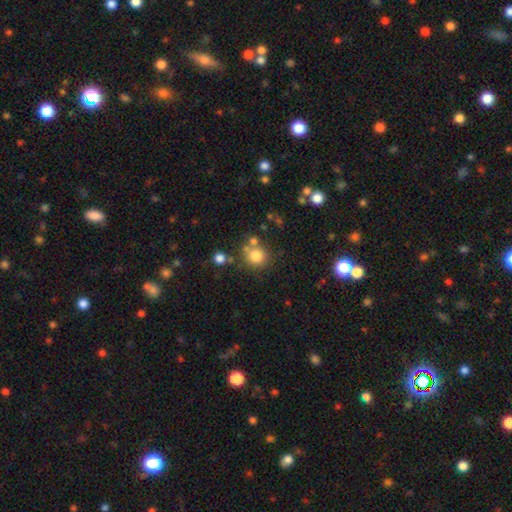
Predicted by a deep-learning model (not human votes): smooth 78%, star or artifact 13%, featured or disk 9%. Down the decision tree: how rounded — round (90%); merging — none (68%).